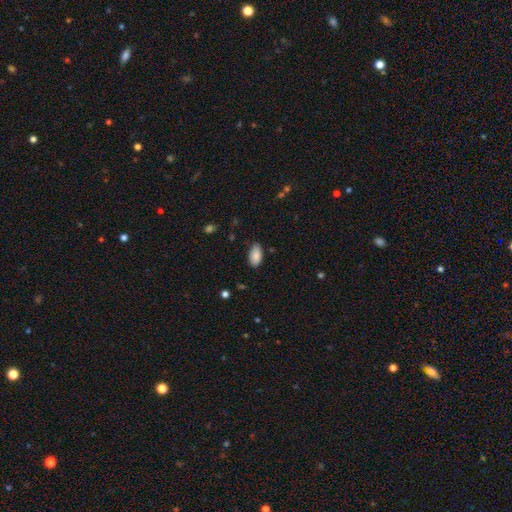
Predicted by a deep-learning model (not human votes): This appears to be a smooth galaxy with no disk features (87%) that is in between round and cigar-shaped (95%). Merging: none (82%).